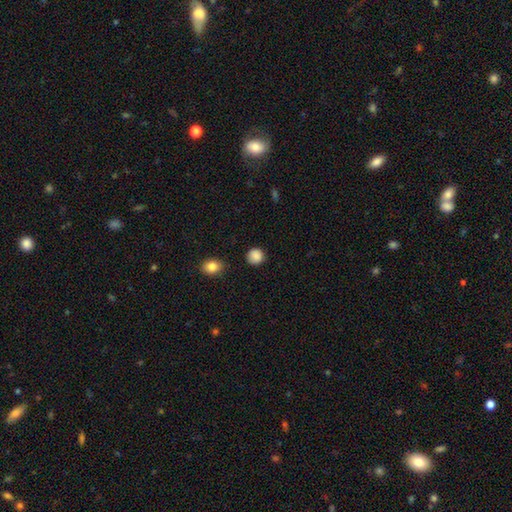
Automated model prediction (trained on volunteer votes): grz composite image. It shows a smooth galaxy with no disk features (88%) that is round (91%). Merging: none (87%).